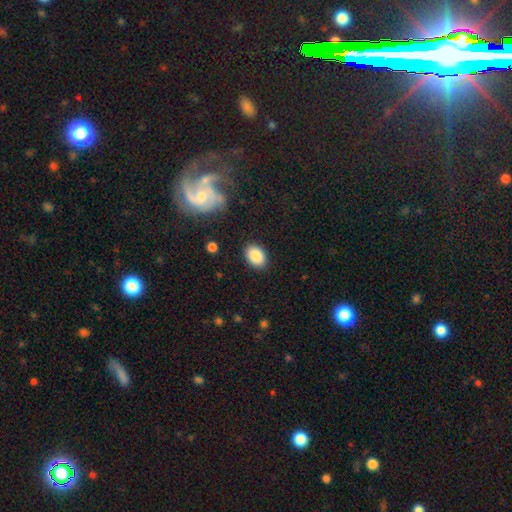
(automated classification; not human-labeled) smooth_or_featured: smooth (p=0.87) [alt: star or artifact p=0.08]
how_rounded: in between (p=0.80) [alt: round p=0.19]
merging: none (p=0.87) [alt: minor disturbance p=0.09]